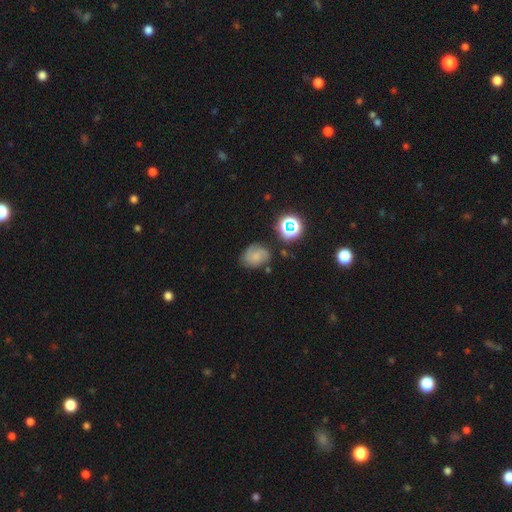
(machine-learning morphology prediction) The model was most divided on "smooth or featured": smooth: 44%, featured or disk: 41%, star or artifact: 16%. More confident: merging — none (66%).